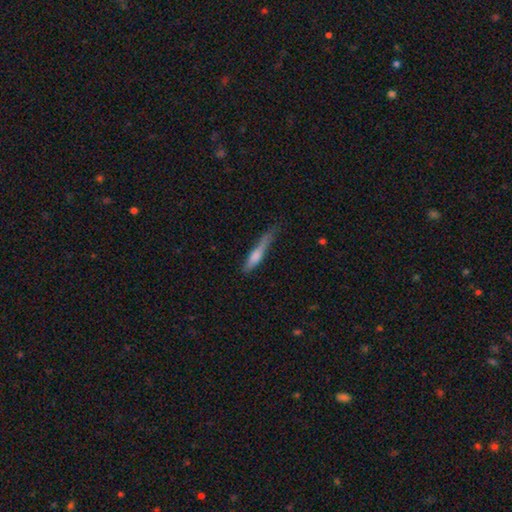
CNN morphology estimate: Smooth or featured?
  - smooth: 59% *
  - featured or disk: 34%
  - star or artifact: 7%
How rounded?
  - cigar-shaped: 89% *
  - in between: 9%
  - round: 2%
Merging?
  - none: 52% *
  - minor disturbance: 34%
  - major disturbance: 11%
  - merger: 3%